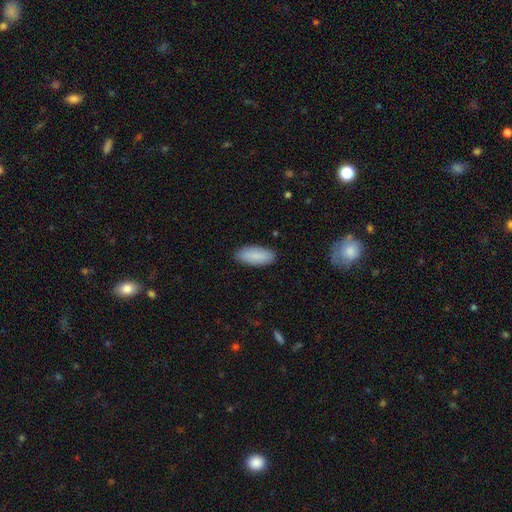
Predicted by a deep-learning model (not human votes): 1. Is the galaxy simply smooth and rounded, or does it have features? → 86% smooth, 9% featured or disk, 6% star or artifact.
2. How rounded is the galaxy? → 81% in between, 17% cigar-shaped, 2% round.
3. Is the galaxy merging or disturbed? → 88% none, 9% minor disturbance, 2% major disturbance, 1% merger.